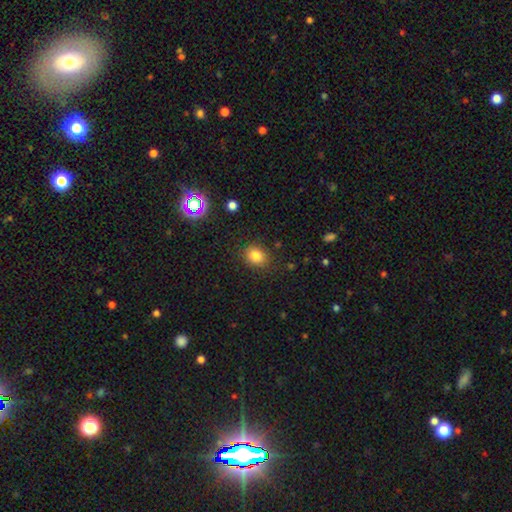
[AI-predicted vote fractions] A smooth galaxy with no disk features (81%) that is round (62%). Merging: none (86%).